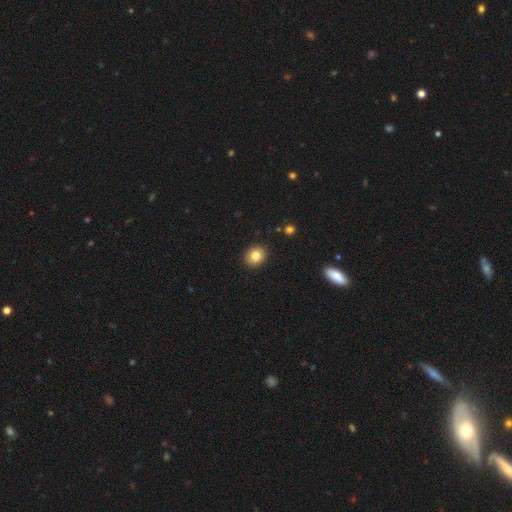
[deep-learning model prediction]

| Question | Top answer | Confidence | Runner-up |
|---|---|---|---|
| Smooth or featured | smooth | 83% | star or artifact (10%) |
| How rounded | round | 71% | in between (28%) |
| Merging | none | 90% | minor disturbance (7%) |